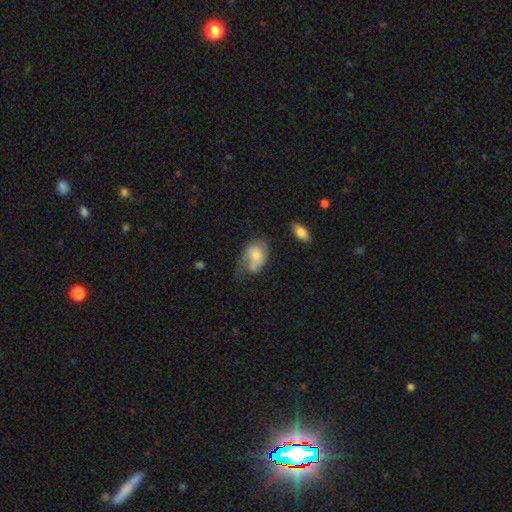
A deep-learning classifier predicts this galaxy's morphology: smooth 53%, featured or disk 40%, star or artifact 7%. Down the decision tree: how rounded — in between (79%); merging — minor disturbance (31%, tied with major disturbance).